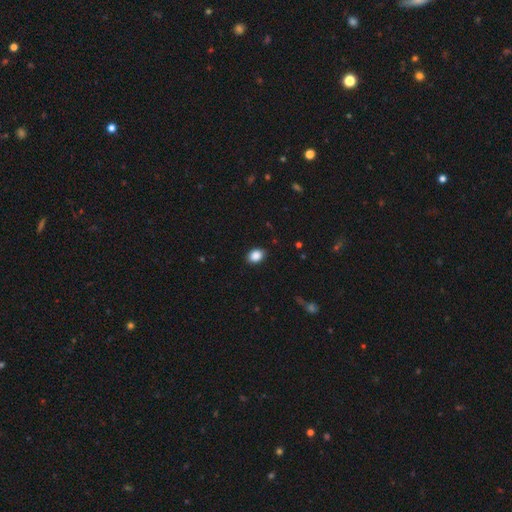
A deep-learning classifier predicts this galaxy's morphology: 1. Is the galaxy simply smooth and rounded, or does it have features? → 88% smooth, 8% star or artifact, 3% featured or disk.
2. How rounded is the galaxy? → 66% in between, 33% round, 1% cigar-shaped.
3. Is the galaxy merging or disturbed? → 88% none, 9% minor disturbance, 2% major disturbance, 1% merger.